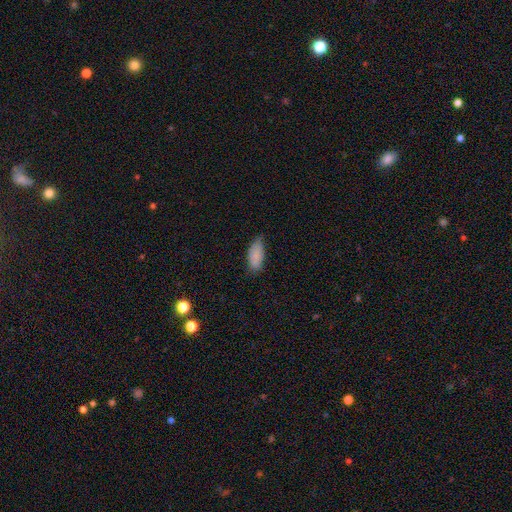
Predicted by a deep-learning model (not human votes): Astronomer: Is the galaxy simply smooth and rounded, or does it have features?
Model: smooth — 85%.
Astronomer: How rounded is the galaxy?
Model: in between — 90%.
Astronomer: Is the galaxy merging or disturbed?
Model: none — 59% (runner-up: minor disturbance, 34%).